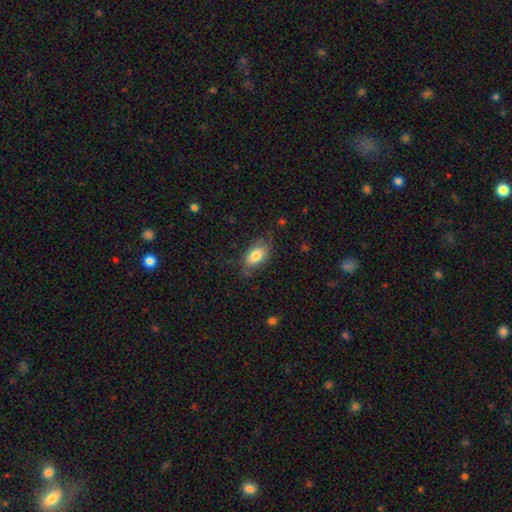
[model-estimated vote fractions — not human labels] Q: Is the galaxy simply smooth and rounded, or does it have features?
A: smooth — 78%.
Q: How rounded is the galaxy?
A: in between — 90%.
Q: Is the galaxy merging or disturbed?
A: none — 66%.